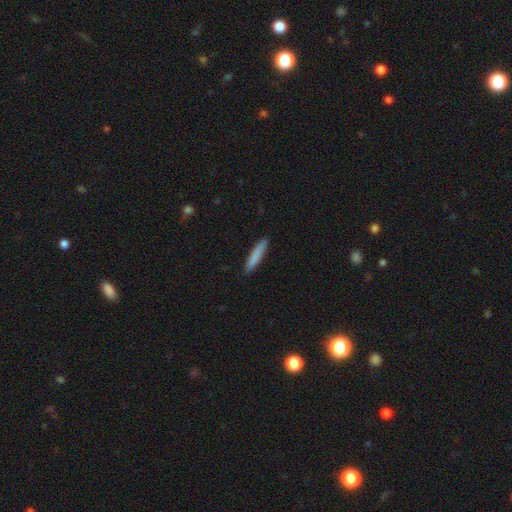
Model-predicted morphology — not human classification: smooth_or_featured: smooth (p=0.84) [alt: featured or disk p=0.10]
how_rounded: cigar-shaped (p=0.92) [alt: in between p=0.07]
merging: none (p=0.90) [alt: minor disturbance p=0.07]